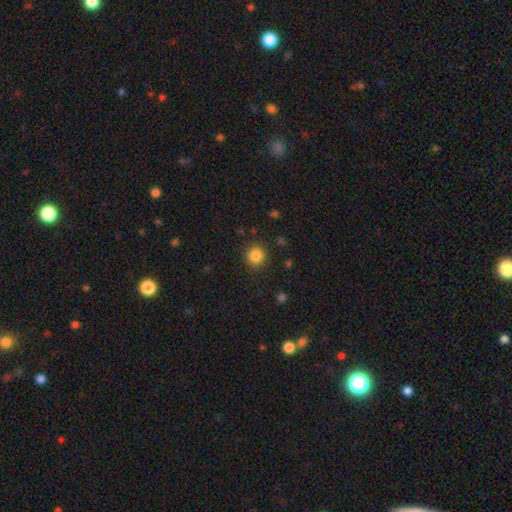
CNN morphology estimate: type=smooth (85%); roundness=round (92%); merging=none (88%).